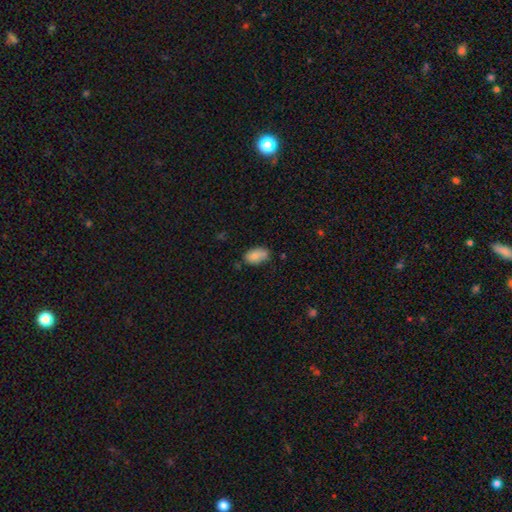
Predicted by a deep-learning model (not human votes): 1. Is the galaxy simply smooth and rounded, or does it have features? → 83% smooth, 9% featured or disk, 8% star or artifact.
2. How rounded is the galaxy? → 93% in between, 5% round, 2% cigar-shaped.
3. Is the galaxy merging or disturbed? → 63% none, 26% minor disturbance, 6% merger, 5% major disturbance.